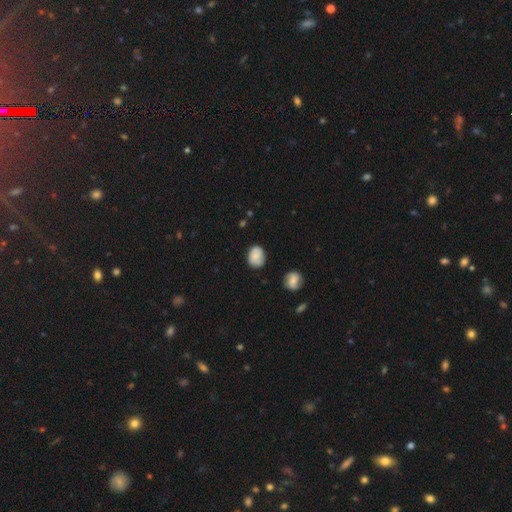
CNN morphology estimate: This appears to be a smooth galaxy with no disk features (80%) that is in between round and cigar-shaped (54%). Merging: none (73%).